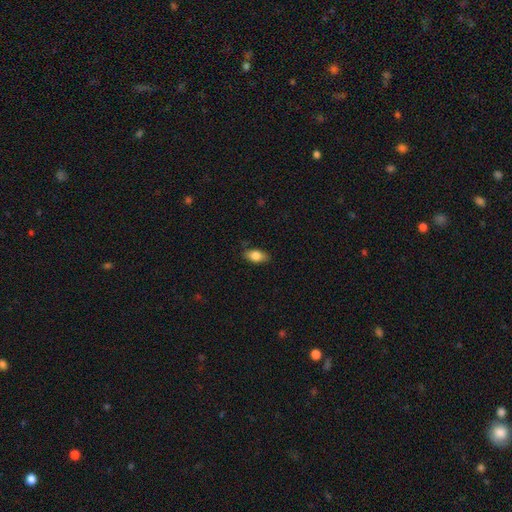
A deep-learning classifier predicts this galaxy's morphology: Q: Smooth or featured?
A: smooth (82%); runner-up: featured or disk (10%)
Q: How rounded?
A: in between (89%); runner-up: round (6%)
Q: Merging?
A: none (83%); runner-up: minor disturbance (14%)